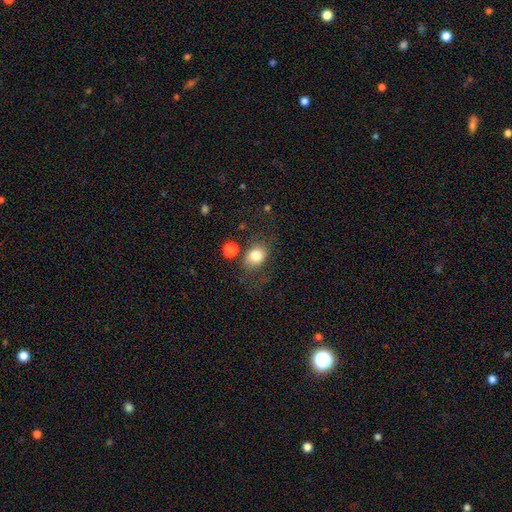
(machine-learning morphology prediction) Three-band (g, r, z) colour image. It shows a smooth galaxy with no disk features (80%) that is in between round and cigar-shaped (52%). Merging: none (58%).